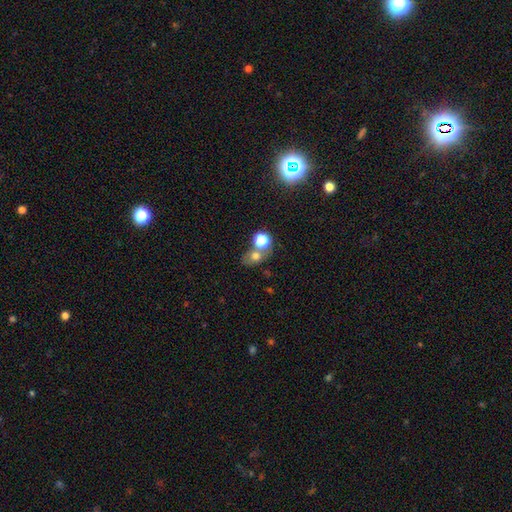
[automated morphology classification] smooth 67%, featured or disk 17%, star or artifact 16%. Down the decision tree: how rounded — round (52%); merging — merger (44%).